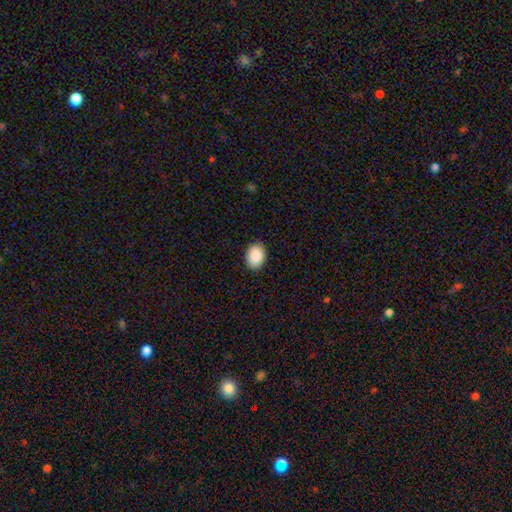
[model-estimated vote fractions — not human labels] Overall: smooth (90%). How rounded: in between (81%). Merging: none (88%).